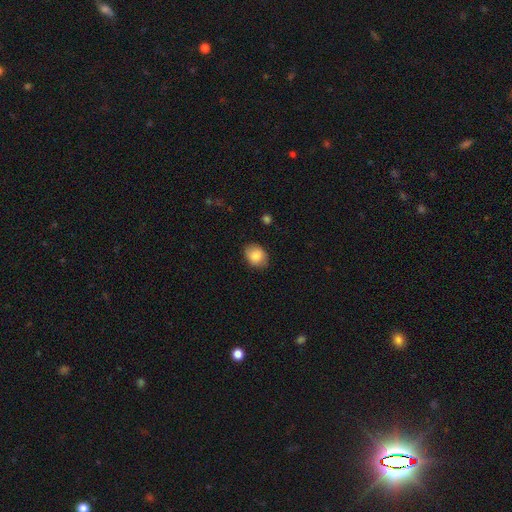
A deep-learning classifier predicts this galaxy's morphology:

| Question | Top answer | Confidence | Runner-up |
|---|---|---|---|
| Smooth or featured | smooth | 85% | star or artifact (7%) |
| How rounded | in between | 55% | round (44%) |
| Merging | none | 83% | minor disturbance (13%) |